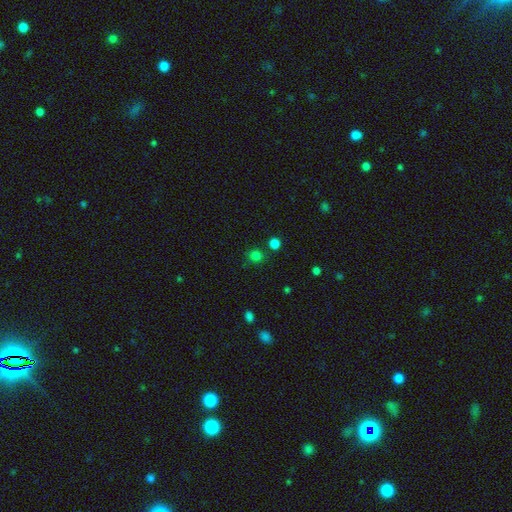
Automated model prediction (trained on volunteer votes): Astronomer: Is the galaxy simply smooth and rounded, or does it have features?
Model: smooth — 78%.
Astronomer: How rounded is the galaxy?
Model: round — 88%.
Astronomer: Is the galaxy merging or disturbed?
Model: none — 80%.